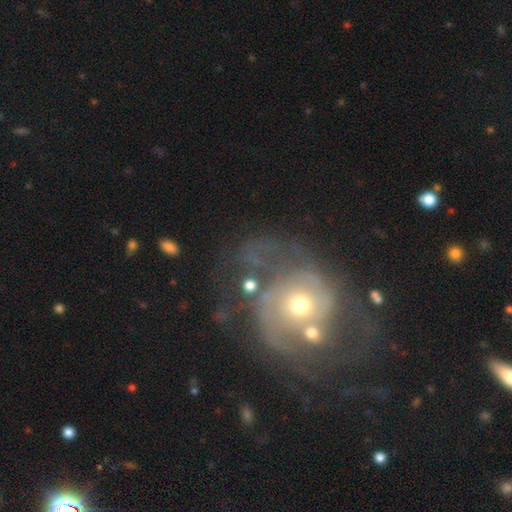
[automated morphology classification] Smooth or featured? featured or disk (73%)
Edge-on disk? no (97%)
Bar? no (79%)
Spiral arms? yes (80%)
Spiral winding? medium (40%)
Spiral arm count? 2 (56%)
Bulge size? moderate (54%)
Merging? none (39%)